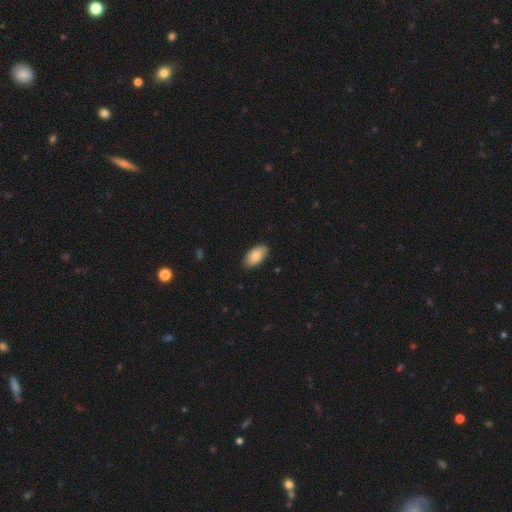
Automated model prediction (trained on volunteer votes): smooth 84%, featured or disk 10%, star or artifact 6%. Down the decision tree: how rounded — in between (94%); merging — none (85%).